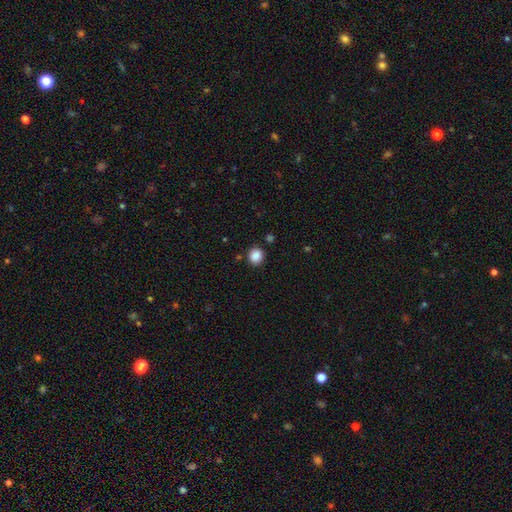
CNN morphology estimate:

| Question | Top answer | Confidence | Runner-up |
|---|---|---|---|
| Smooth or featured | smooth | 87% | star or artifact (10%) |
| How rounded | round | 84% | in between (15%) |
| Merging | none | 88% | minor disturbance (7%) |